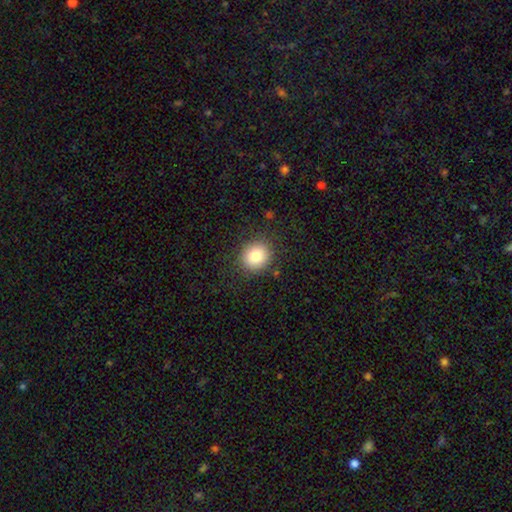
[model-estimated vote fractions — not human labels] Q: Smooth or featured?
A: smooth (81%); runner-up: star or artifact (10%)
Q: How rounded?
A: round (83%); runner-up: in between (16%)
Q: Merging?
A: none (87%); runner-up: minor disturbance (9%)